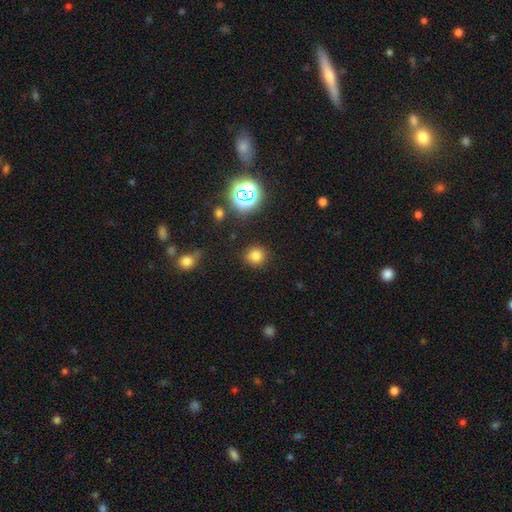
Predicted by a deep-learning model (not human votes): smooth 77%, star or artifact 17%, featured or disk 6%. Down the decision tree: how rounded — round (88%); merging — none (87%).